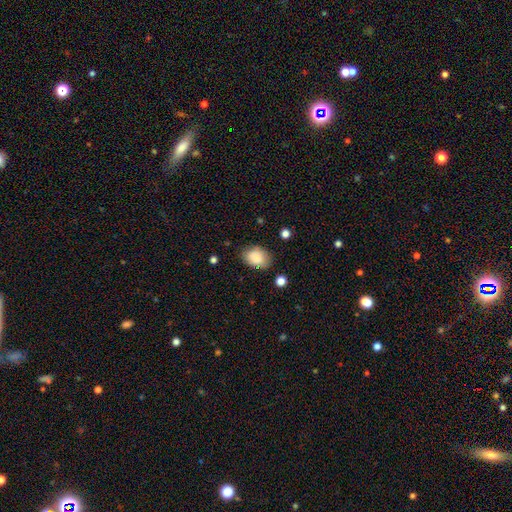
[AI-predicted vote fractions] smooth_or_featured: smooth (p=0.87) [alt: star or artifact p=0.08]
how_rounded: in between (p=0.72) [alt: round p=0.27]
merging: none (p=0.76) [alt: minor disturbance p=0.18]